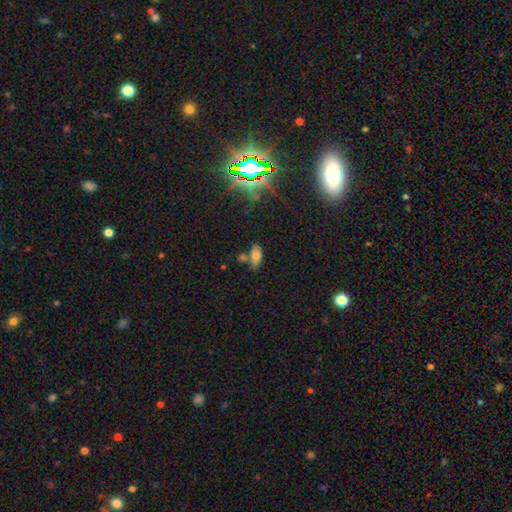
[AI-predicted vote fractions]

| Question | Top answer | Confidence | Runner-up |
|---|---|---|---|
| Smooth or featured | smooth | 71% | featured or disk (17%) |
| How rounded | in between | 86% | cigar-shaped (11%) |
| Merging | none | 61% | merger (19%) |